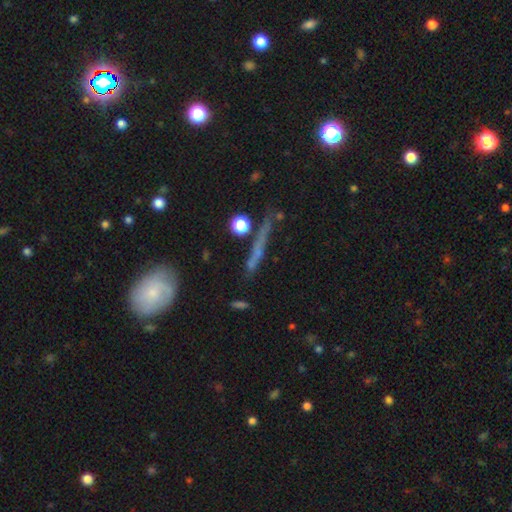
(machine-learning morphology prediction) smooth-or-featured: featured or disk: 46% | smooth: 36% | star or artifact: 17%
  merging: none: 75% | minor disturbance: 14% | merger: 6% | major disturbance: 6%